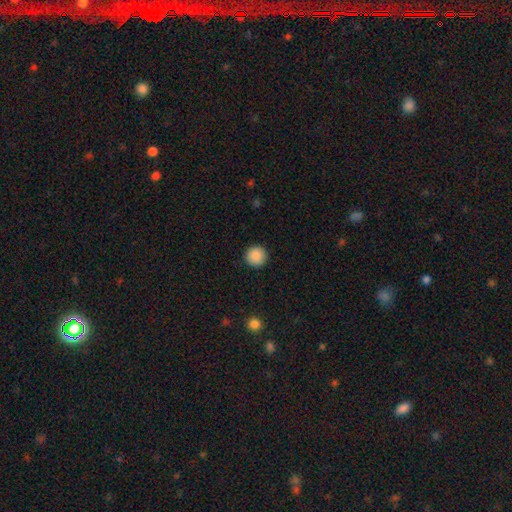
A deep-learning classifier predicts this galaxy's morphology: type=smooth (89%); roundness=round (96%); merging=none (92%).